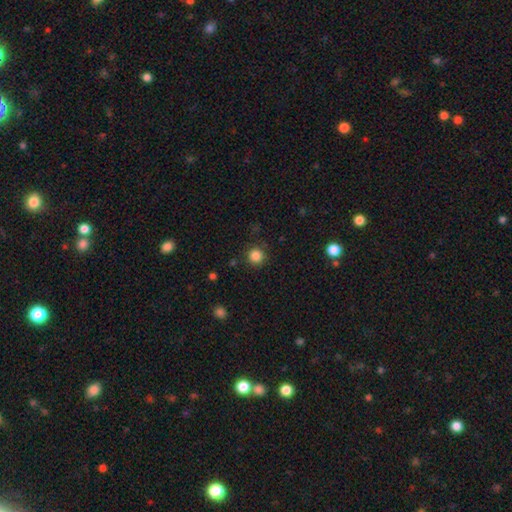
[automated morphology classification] smooth 84%, star or artifact 12%, featured or disk 4%. Down the decision tree: how rounded — round (94%); merging — none (87%).